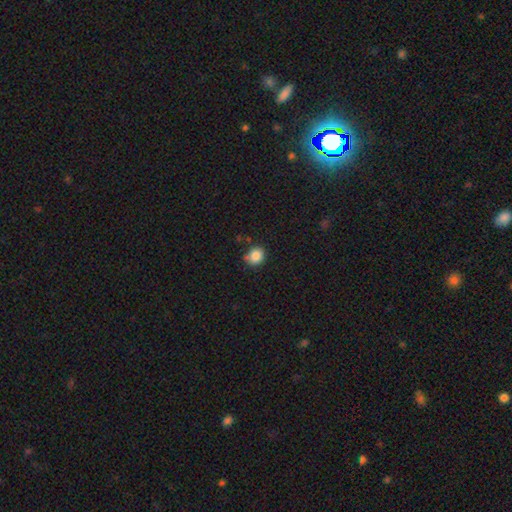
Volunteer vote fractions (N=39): Smooth or featured: smooth — 95% (star or artifact — 5%)
How rounded: round — 89% (in between — 11%)
Merging: none — 89% (major disturbance — 5%)